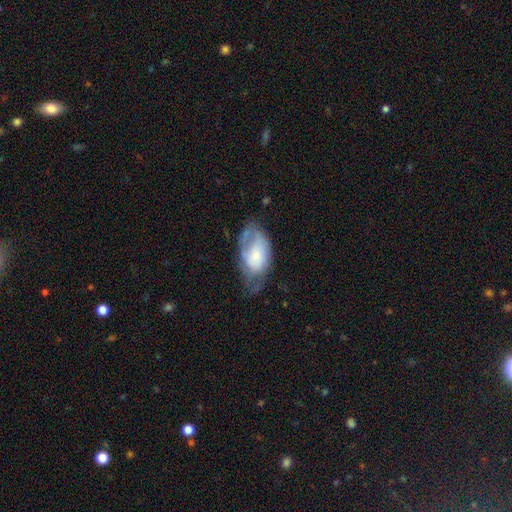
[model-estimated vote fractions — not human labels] Smooth or featured? smooth (48%)
Merging? none (36%)